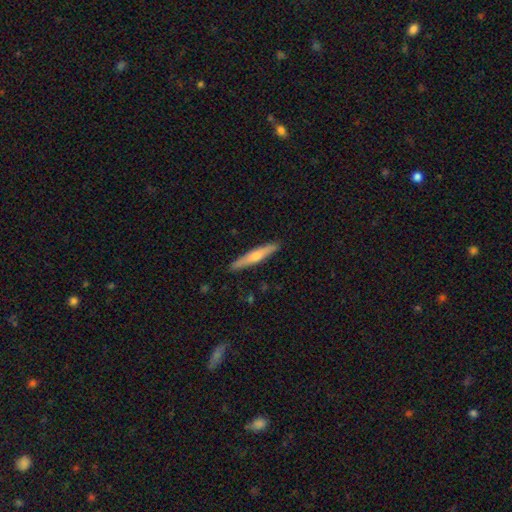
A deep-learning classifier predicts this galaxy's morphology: A smooth galaxy with no disk features (47%, tied with featured or disk).

Vote fractions:
- Smooth or featured? smooth: 47% (tied) / featured or disk: 47% (tied) / star or artifact: 6%
- Merging? none: 90% / minor disturbance: 7% / major disturbance: 1% / merger: 1%